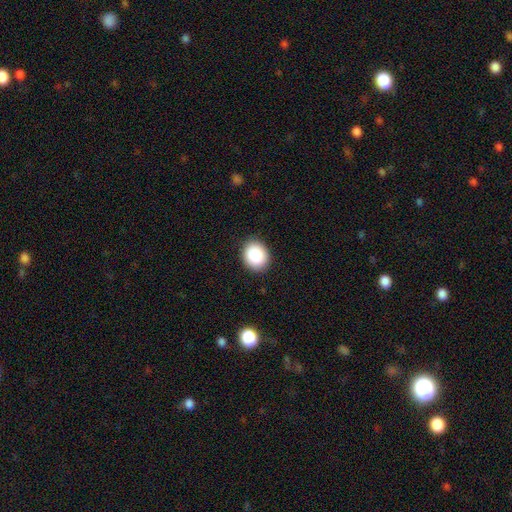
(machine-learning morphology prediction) A smooth galaxy with no disk features (88%) that is round (59%). Merging: none (90%).